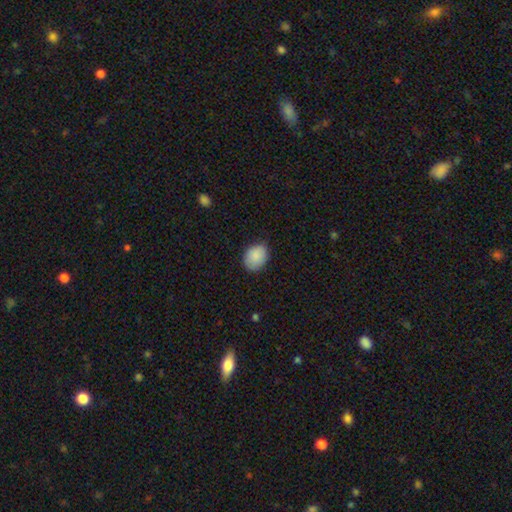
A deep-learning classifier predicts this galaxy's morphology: smooth-or-featured: smooth: 89% | star or artifact: 7% | featured or disk: 5%
  how-rounded: in between: 67% | round: 32% | cigar-shaped: 1%
  merging: none: 80% | minor disturbance: 17% | major disturbance: 3% | merger: 1%